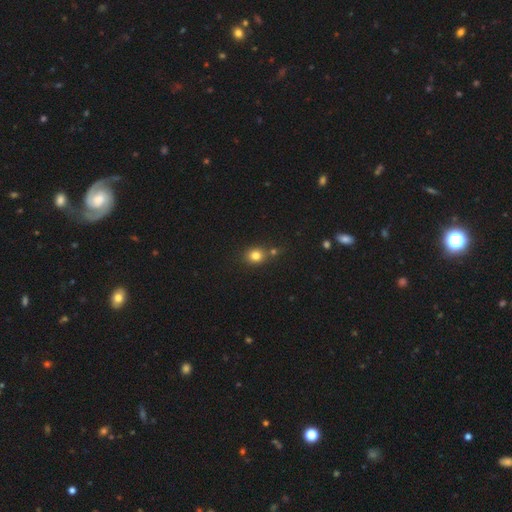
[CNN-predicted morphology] smooth 79%, star or artifact 13%, featured or disk 7%. Down the decision tree: how rounded — round (76%); merging — none (66%).